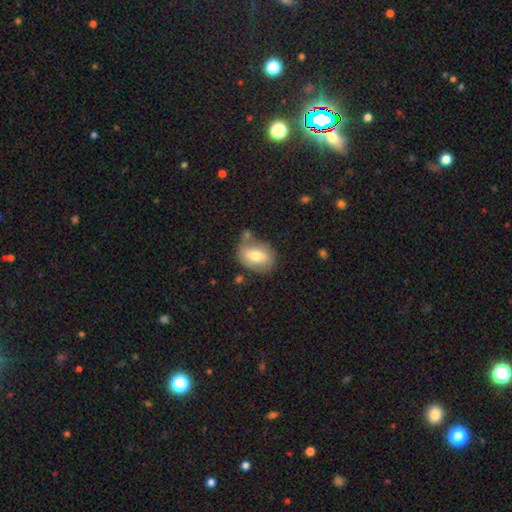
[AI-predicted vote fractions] smooth 63%, featured or disk 30%, star or artifact 7%. Down the decision tree: how rounded — in between (71%); merging — none (57%).